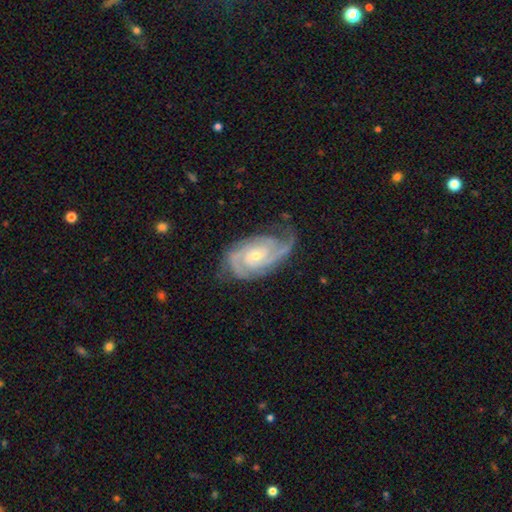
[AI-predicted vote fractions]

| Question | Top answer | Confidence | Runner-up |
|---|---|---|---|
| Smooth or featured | featured or disk | 92% | smooth (4%) |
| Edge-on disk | no | 97% | yes (3%) |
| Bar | no | 61% | weak (31%) |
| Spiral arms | yes | 98% | no (2%) |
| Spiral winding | tight | 62% | medium (33%) |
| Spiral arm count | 2 | 44% | 3 (33%) |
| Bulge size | small | 63% | moderate (34%) |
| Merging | none | 68% | minor disturbance (22%) |